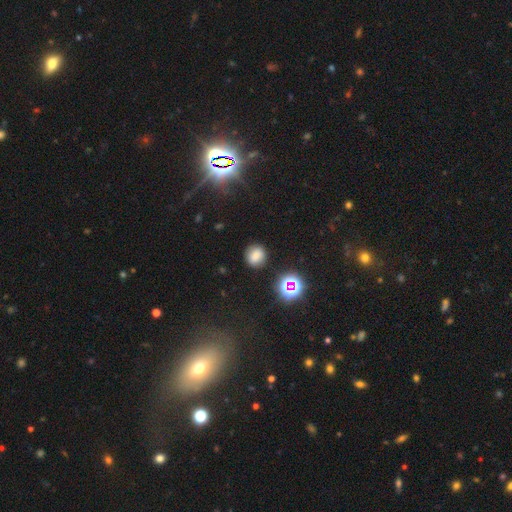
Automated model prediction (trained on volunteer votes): A smooth galaxy with no disk features (74%) that is round (76%). Merging: none (83%).